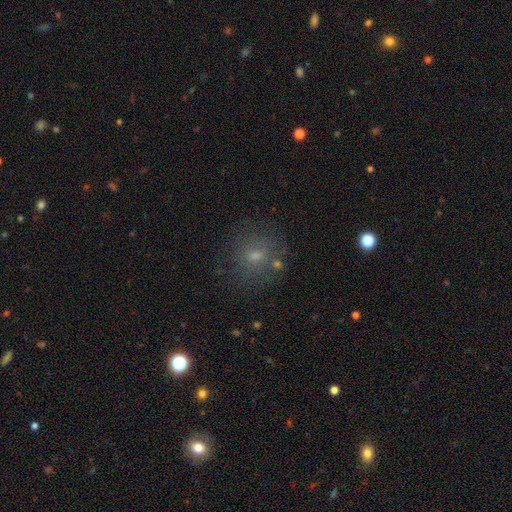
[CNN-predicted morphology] A smooth galaxy with no disk features (59%) that is round (78%). Merging: none (75%).